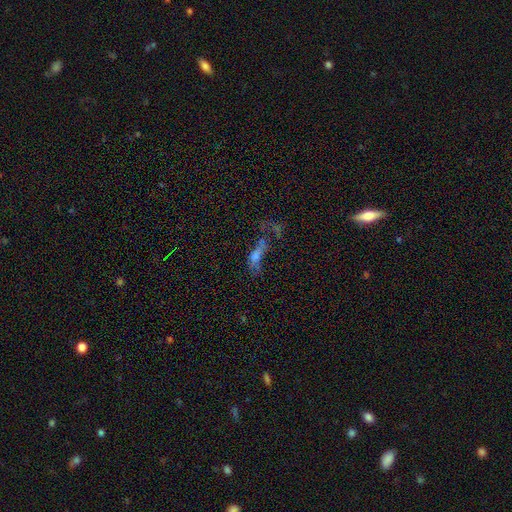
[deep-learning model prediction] Q: Smooth or featured?
A: smooth (42%); runner-up: featured or disk (35%)
Q: Merging?
A: major disturbance (41%); runner-up: none (24%)